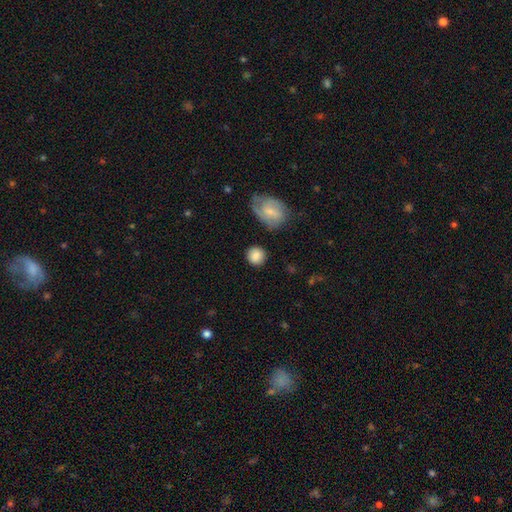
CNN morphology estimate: Q: Smooth or featured?
A: smooth (84%); runner-up: featured or disk (9%)
Q: How rounded?
A: round (86%); runner-up: in between (13%)
Q: Merging?
A: none (81%); runner-up: minor disturbance (11%)